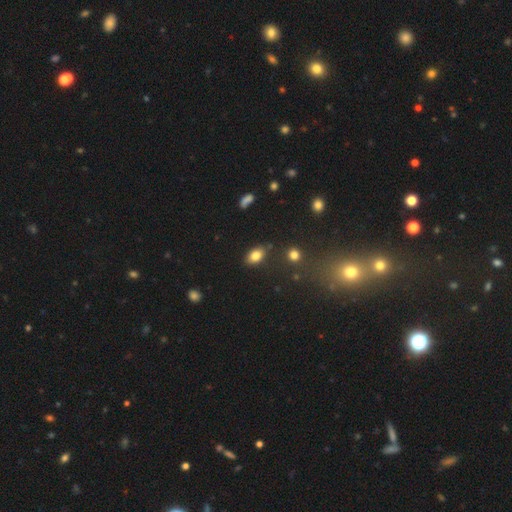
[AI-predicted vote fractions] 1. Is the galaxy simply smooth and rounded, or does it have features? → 83% smooth, 9% star or artifact, 8% featured or disk.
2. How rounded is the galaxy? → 87% in between, 11% round, 2% cigar-shaped.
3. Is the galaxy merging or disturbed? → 81% none, 13% minor disturbance, 3% merger, 3% major disturbance.